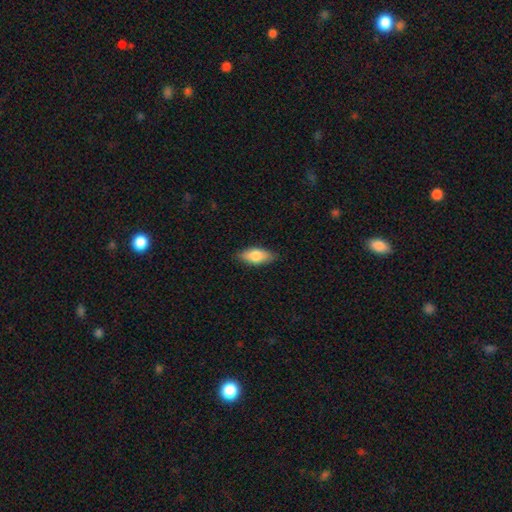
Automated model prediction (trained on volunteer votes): This is likely a smooth galaxy (76%). How rounded: clearly in between (83%). Merging: clearly none (85%).